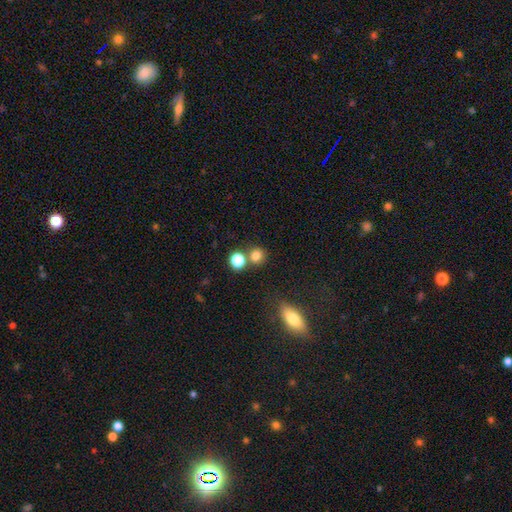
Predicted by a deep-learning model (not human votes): This is likely a smooth galaxy (79%). How rounded: clearly round (85%). Merging: likely none (68%).